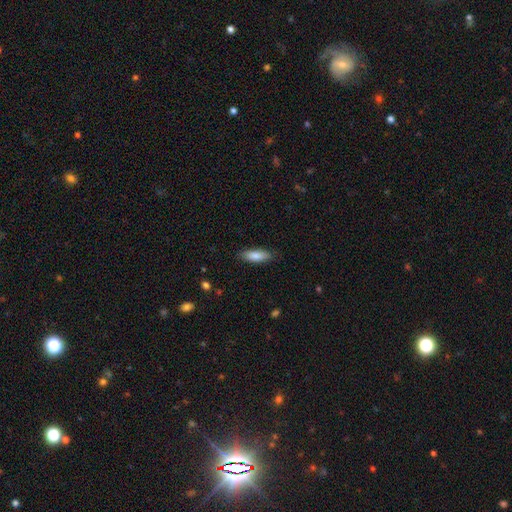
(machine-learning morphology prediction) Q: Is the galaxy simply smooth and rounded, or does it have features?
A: smooth — 84%.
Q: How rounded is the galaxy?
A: in between — 60%.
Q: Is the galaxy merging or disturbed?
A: none — 86%.